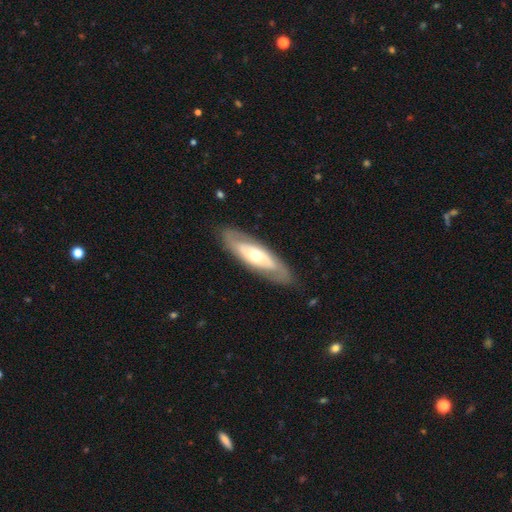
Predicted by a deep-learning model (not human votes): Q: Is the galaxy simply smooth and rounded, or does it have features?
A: featured or disk — 64%.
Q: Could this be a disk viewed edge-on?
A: no — 75%.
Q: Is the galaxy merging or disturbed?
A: none — 84%.